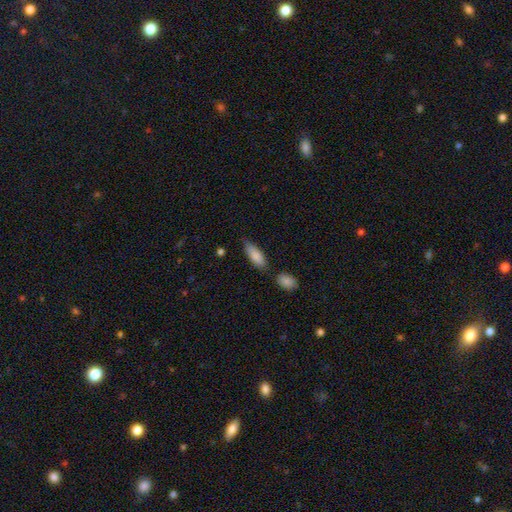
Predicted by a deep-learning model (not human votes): Smooth or featured? Predicted: smooth (p=0.86). How rounded? Predicted: in between (p=0.69). Merging? Predicted: none (p=0.68).